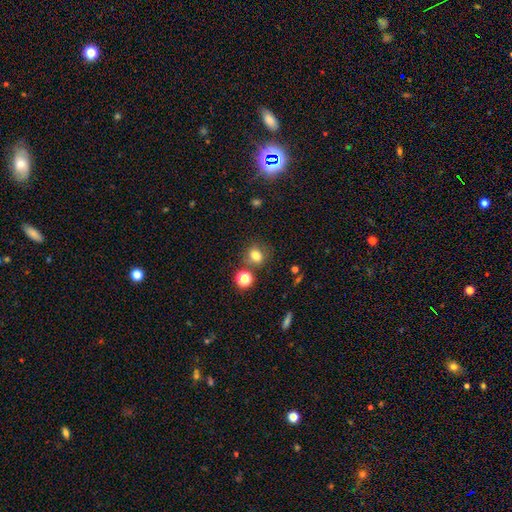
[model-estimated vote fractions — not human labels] A smooth galaxy with no disk features (75%) that is round (60%).

Vote fractions:
- Smooth or featured? smooth: 75% / star or artifact: 15% / featured or disk: 9%
- How rounded? round: 60% / in between: 38% / cigar-shaped: 1%
- Merging? none: 71% / minor disturbance: 13% / merger: 11% / major disturbance: 4%